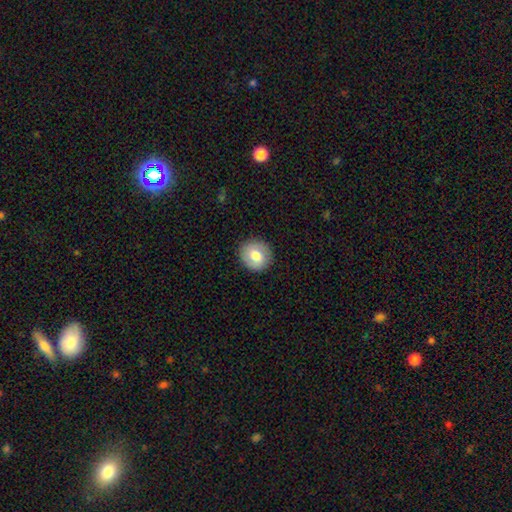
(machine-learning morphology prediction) type=smooth (70%); roundness=round (83%); merging=none (88%).